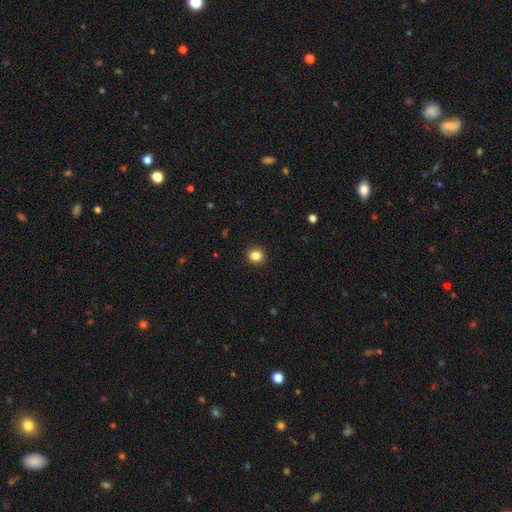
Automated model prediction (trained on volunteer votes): smooth 85%, star or artifact 11%, featured or disk 5%. Down the decision tree: how rounded — round (81%); merging — none (92%).